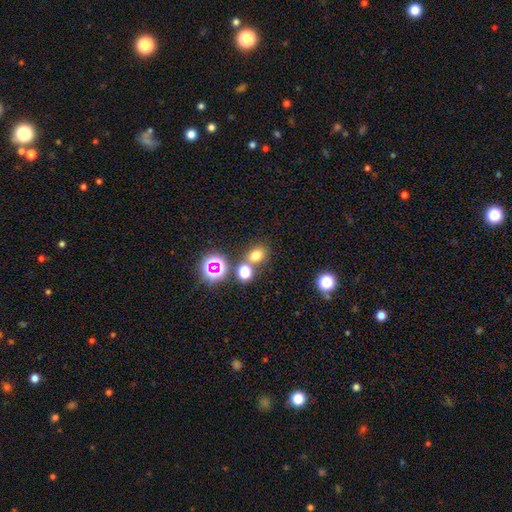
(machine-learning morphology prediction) Smooth or featured? Predicted: smooth (p=0.69). How rounded? Predicted: round (p=0.56). Merging? Predicted: none (p=0.64).